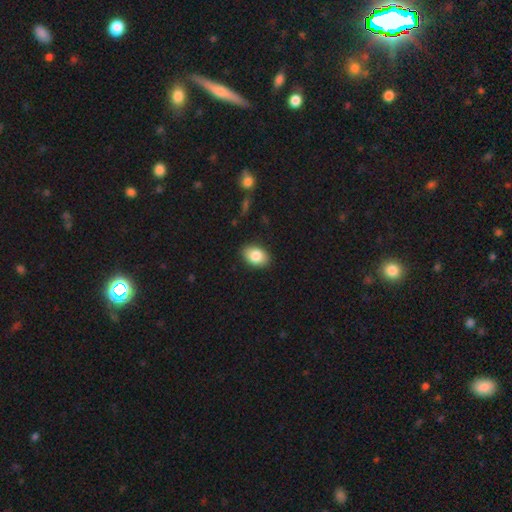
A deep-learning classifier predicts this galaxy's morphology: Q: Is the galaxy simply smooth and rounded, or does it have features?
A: smooth — 84%.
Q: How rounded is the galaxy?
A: in between — 83%.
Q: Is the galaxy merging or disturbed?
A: none — 87%.